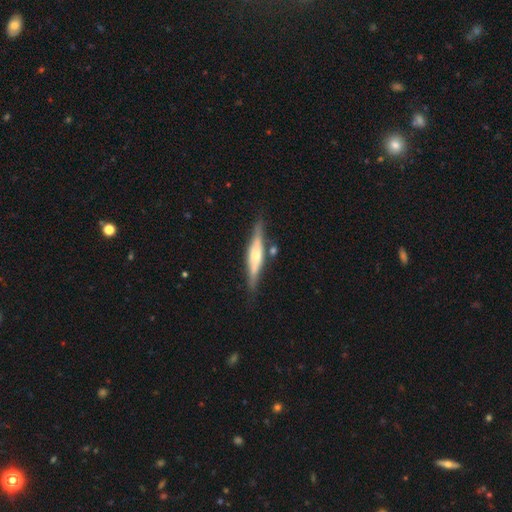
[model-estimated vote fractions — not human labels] A featured or disk galaxy (66%) viewed edge-on (94%) with a rounded central bulge (77%). Merging: none (79%).